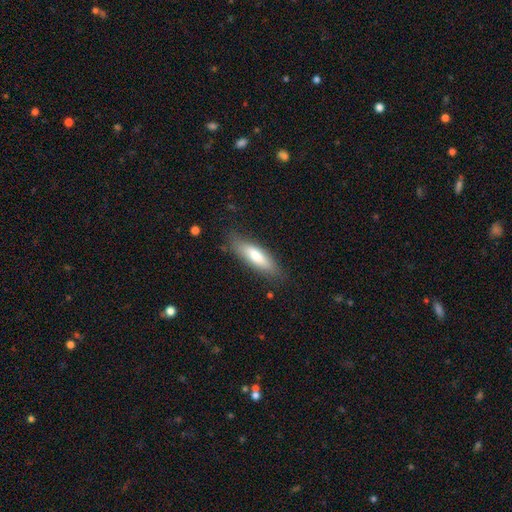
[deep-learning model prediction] A smooth galaxy with no disk features (74%) that is cigar-shaped (57%).

Vote fractions:
- Smooth or featured? smooth: 74% / featured or disk: 20% / star or artifact: 6%
- How rounded? cigar-shaped: 57% / in between: 41% / round: 2%
- Merging? none: 82% / minor disturbance: 14% / major disturbance: 3% / merger: 1%